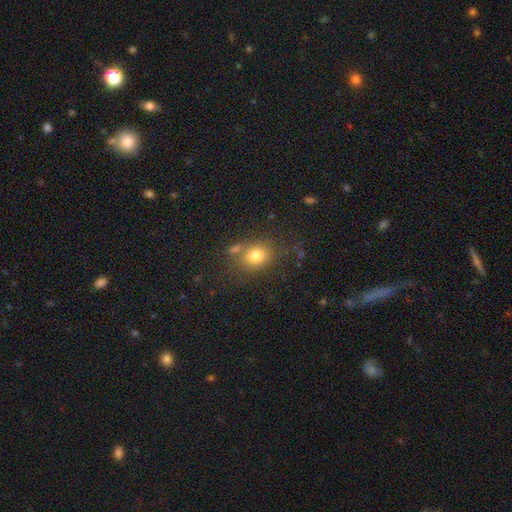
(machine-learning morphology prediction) A smooth galaxy with no disk features (77%) that is round (56%).

Vote fractions:
- Smooth or featured? smooth: 77% / star or artifact: 13% / featured or disk: 10%
- How rounded? round: 56% / in between: 43% / cigar-shaped: 1%
- Merging? none: 65% / minor disturbance: 16% / merger: 12% / major disturbance: 7%